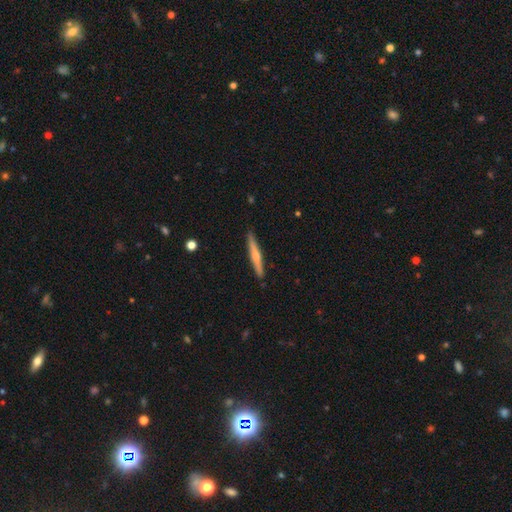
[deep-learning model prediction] The model was most divided on "smooth or featured" (2-way tie): smooth: 47%, featured or disk: 47%, star or artifact: 5%. More confident: merging — none (91%).